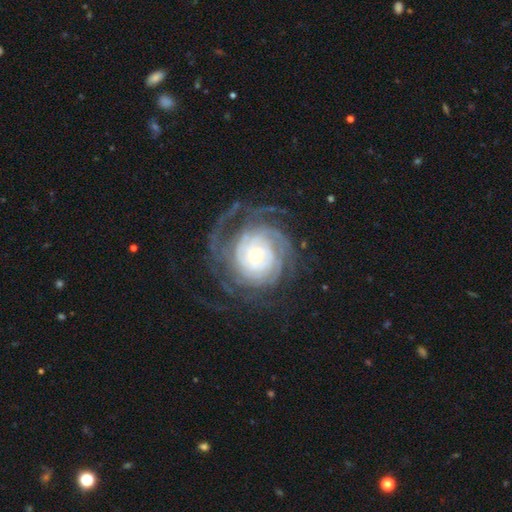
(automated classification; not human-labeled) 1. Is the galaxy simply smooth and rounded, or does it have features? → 89% featured or disk, 6% smooth, 5% star or artifact.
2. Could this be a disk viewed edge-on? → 97% no, 3% yes.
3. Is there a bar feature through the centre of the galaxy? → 76% no, 17% weak, 7% strong.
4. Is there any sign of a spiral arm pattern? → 97% yes, 3% no.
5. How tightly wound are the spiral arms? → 77% tight, 18% medium, 6% loose.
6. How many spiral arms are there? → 27% can't tell, 19% more than 4, 18% 4, 14% 3, 13% 2, 8% 1.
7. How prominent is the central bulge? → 61% small, 31% moderate, 5% large, 1% dominant, 1% none.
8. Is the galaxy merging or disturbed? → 68% none, 16% major disturbance, 15% minor disturbance, 1% merger.